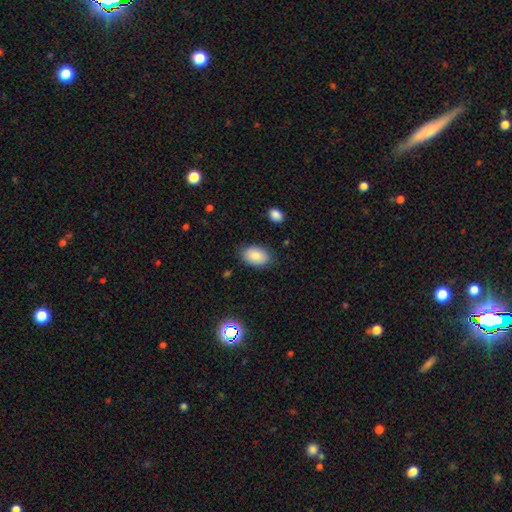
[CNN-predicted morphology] Smooth or featured?
  - smooth: 85% *
  - star or artifact: 8%
  - featured or disk: 7%
How rounded?
  - in between: 87% *
  - round: 12%
  - cigar-shaped: 1%
Merging?
  - none: 83% *
  - minor disturbance: 13%
  - major disturbance: 3%
  - merger: 1%